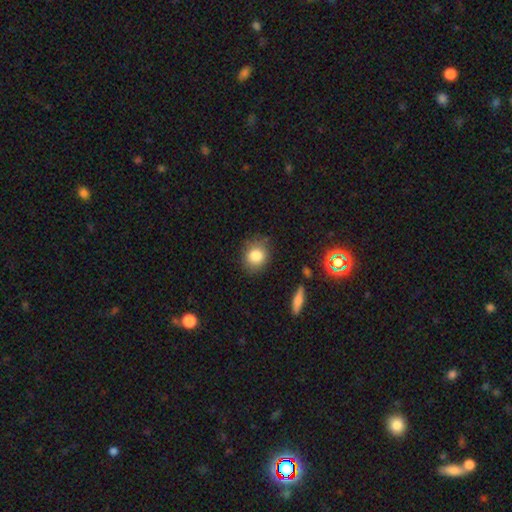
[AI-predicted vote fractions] smooth 82%, star or artifact 10%, featured or disk 7%. Down the decision tree: how rounded — round (75%); merging — none (81%).